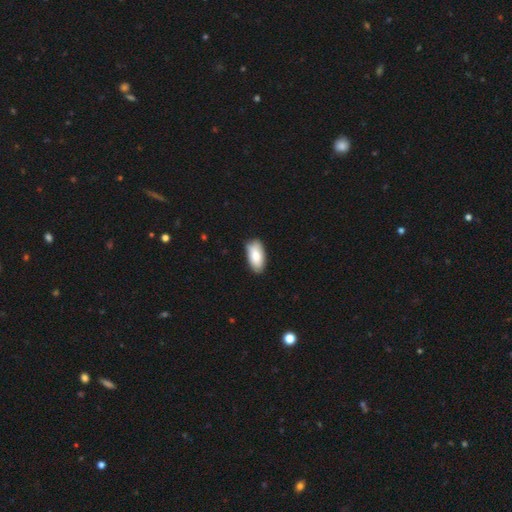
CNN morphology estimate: smooth_or_featured: smooth (p=0.82) [alt: featured or disk p=0.11]
how_rounded: in between (p=0.93) [alt: cigar-shaped p=0.05]
merging: none (p=0.81) [alt: minor disturbance p=0.16]